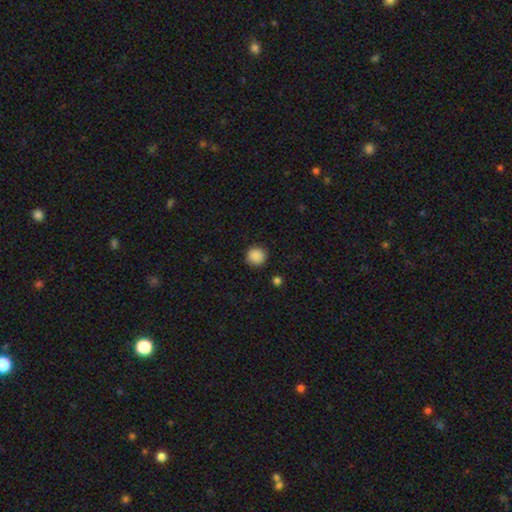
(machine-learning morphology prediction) type=smooth (88%); roundness=round (93%); merging=none (90%).